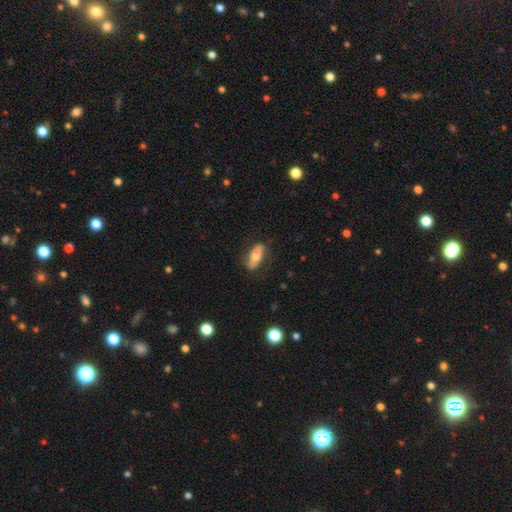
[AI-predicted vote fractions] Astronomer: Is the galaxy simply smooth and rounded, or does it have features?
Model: smooth — 62%.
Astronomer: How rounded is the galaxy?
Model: in between — 73%.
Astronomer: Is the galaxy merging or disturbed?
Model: none — 73%.